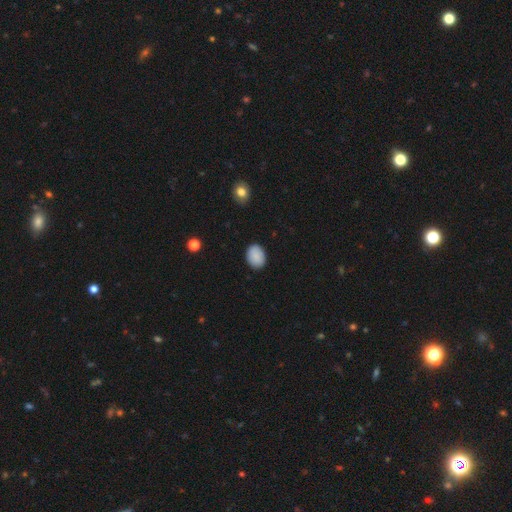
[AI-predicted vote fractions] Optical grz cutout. It shows a smooth galaxy with no disk features (89%) that is in between round and cigar-shaped (70%). Merging: none (87%).